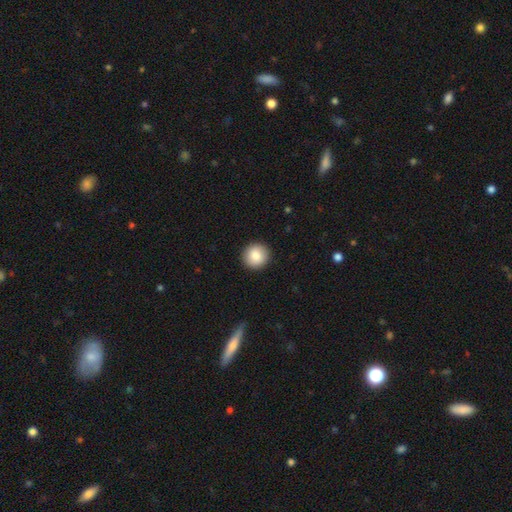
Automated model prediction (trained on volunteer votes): Smooth or featured?
  - smooth: 86% *
  - star or artifact: 8%
  - featured or disk: 6%
How rounded?
  - round: 94% *
  - in between: 5%
  - cigar-shaped: 1%
Merging?
  - none: 93% *
  - minor disturbance: 5%
  - major disturbance: 2%
  - merger: 1%